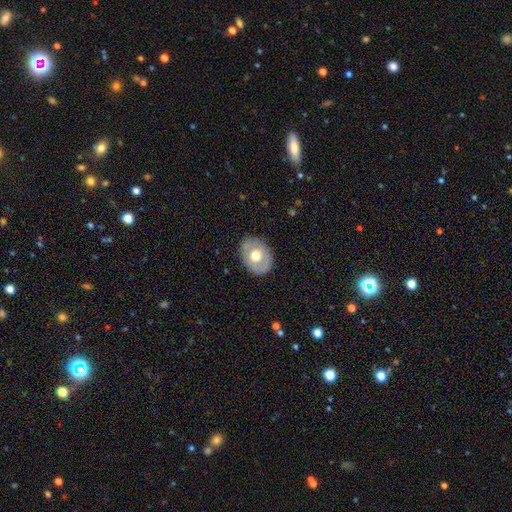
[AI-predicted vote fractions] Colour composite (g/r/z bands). It shows a smooth galaxy with no disk features (53%) that is in between round and cigar-shaped (62%). Merging: none (83%).